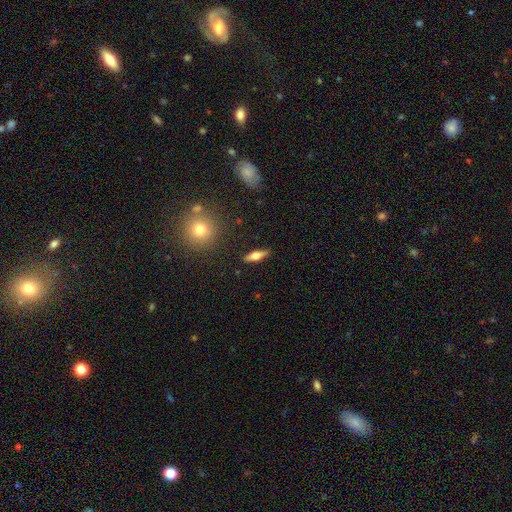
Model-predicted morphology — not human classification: smooth_or_featured: smooth (p=0.51) [alt: featured or disk p=0.42]
how_rounded: cigar-shaped (p=0.48) [tied with: in between p=0.48]
merging: none (p=0.88) [alt: minor disturbance p=0.08]